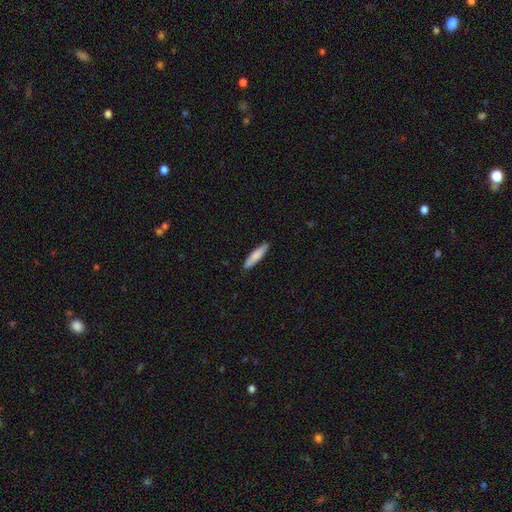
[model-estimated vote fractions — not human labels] Q: Smooth or featured?
A: smooth (79%); runner-up: featured or disk (15%)
Q: How rounded?
A: cigar-shaped (84%); runner-up: in between (15%)
Q: Merging?
A: none (89%); runner-up: minor disturbance (8%)